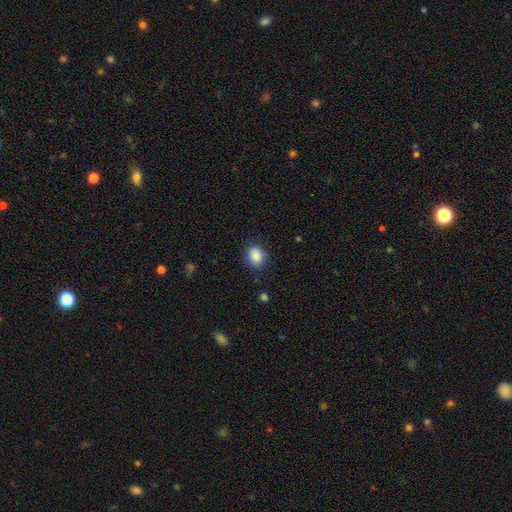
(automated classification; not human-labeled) A smooth galaxy with no disk features (87%) that is in between round and cigar-shaped (59%). Merging: none (82%).